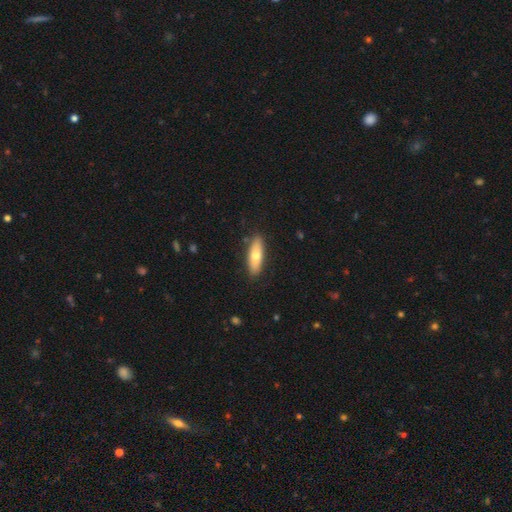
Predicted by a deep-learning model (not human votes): smooth_or_featured: smooth (p=0.66) [alt: featured or disk p=0.28]
how_rounded: in between (p=0.56) [alt: cigar-shaped p=0.42]
merging: none (p=0.87) [alt: minor disturbance p=0.09]